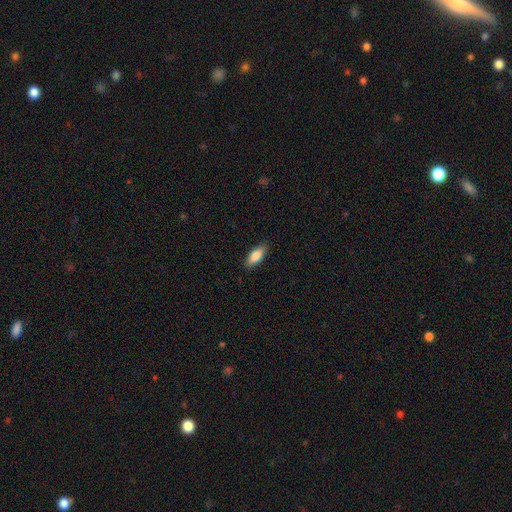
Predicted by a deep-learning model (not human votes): A smooth galaxy with no disk features (83%) that is in between round and cigar-shaped (80%). Merging: none (88%).